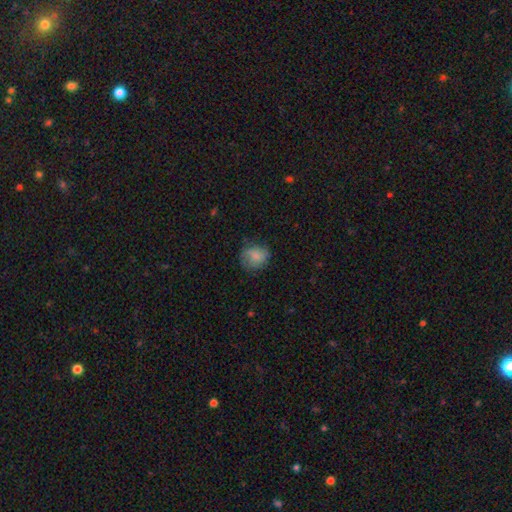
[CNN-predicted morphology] Smooth or featured?
  - smooth: 78% *
  - featured or disk: 14%
  - star or artifact: 8%
How rounded?
  - round: 74% *
  - in between: 25%
  - cigar-shaped: 1%
Merging?
  - none: 68% *
  - minor disturbance: 23%
  - major disturbance: 8%
  - merger: 1%